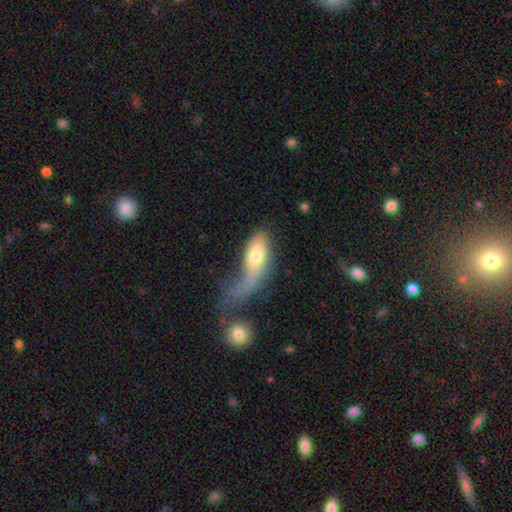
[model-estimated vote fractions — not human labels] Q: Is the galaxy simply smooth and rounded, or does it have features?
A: smooth — 60%.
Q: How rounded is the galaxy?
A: in between — 69%.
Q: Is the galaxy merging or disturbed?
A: major disturbance — 44%.